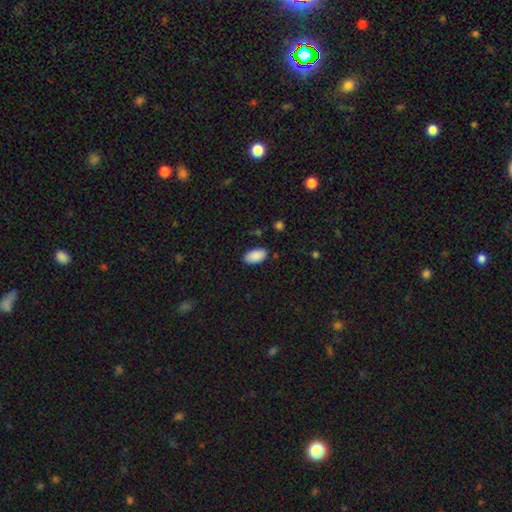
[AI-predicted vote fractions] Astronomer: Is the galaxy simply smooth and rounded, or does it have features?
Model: smooth — 90%.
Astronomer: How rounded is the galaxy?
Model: in between — 96%.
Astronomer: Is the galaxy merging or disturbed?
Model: none — 86%.